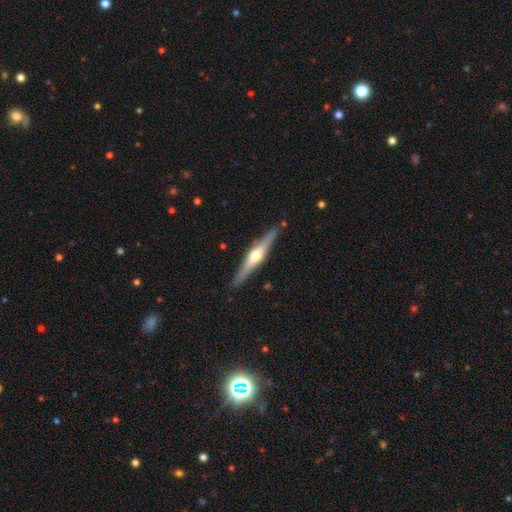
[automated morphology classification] A featured or disk galaxy (71%) viewed edge-on (97%) with a rounded central bulge (90%).

Vote fractions:
- Smooth or featured? featured or disk: 71% / smooth: 23% / star or artifact: 5%
- Edge-on disk? yes: 97% / no: 3%
- Edge-on bulge? rounded: 90% / boxy: 6% / none: 4%
- Merging? none: 87% / minor disturbance: 9% / merger: 2% / major disturbance: 2%